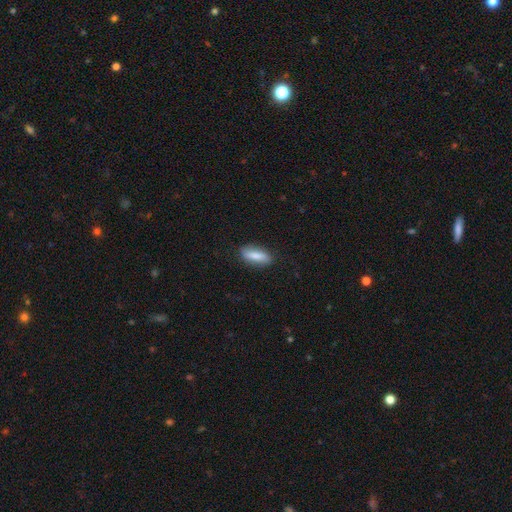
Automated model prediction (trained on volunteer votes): A smooth galaxy with no disk features (79%) that is in between round and cigar-shaped (67%). Merging: none (83%).